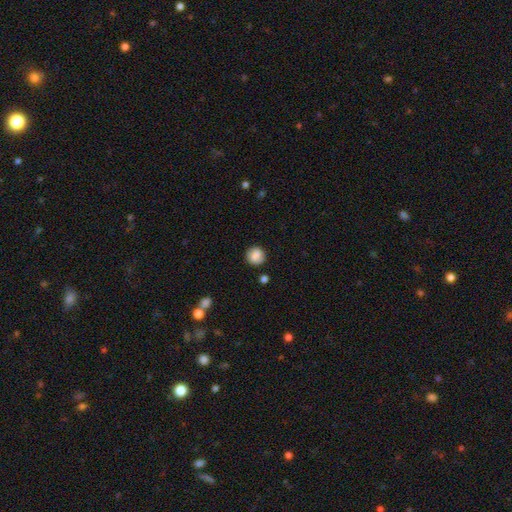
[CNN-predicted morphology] This is likely a smooth galaxy (76%). How rounded: clearly round (86%). Merging: clearly none (81%).